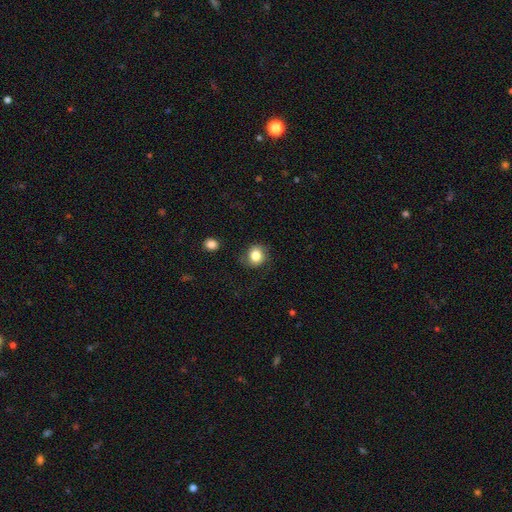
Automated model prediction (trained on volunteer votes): A smooth galaxy with no disk features (82%) that is round (74%).

Vote fractions:
- Smooth or featured? smooth: 82% / star or artifact: 10% / featured or disk: 8%
- How rounded? round: 74% / in between: 25% / cigar-shaped: 1%
- Merging? none: 79% / minor disturbance: 15% / major disturbance: 5% / merger: 2%